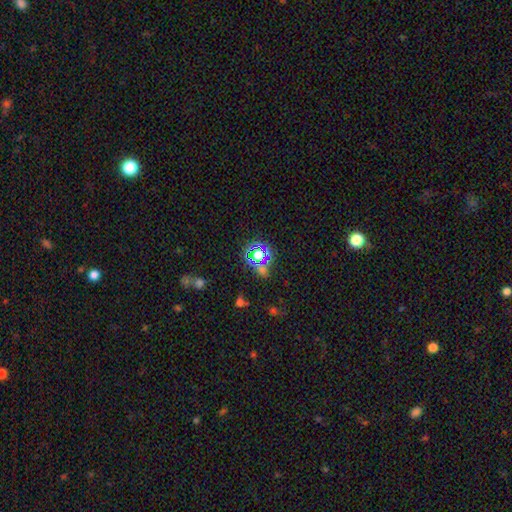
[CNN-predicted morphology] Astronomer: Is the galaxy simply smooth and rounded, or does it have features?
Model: star or artifact — 67%.